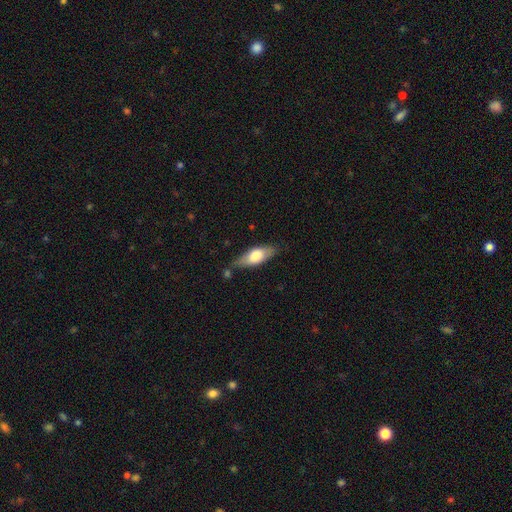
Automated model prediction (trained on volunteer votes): Smooth or featured: smooth — 63% (featured or disk — 31%)
How rounded: in between — 67% (cigar-shaped — 30%)
Merging: none — 73% (minor disturbance — 19%)